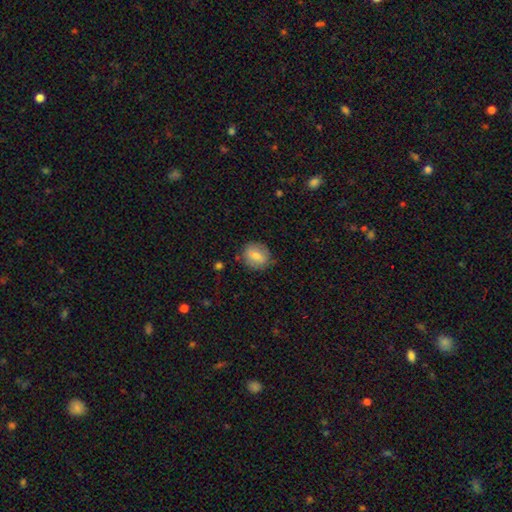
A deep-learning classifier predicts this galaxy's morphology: type=smooth (66%); roundness=round (63%); merging=none (82%).